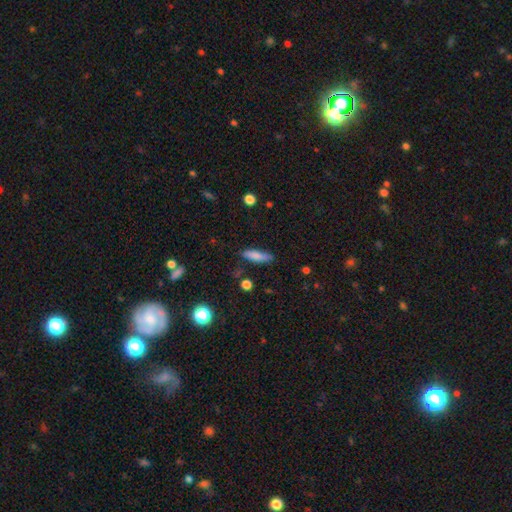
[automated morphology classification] smooth-or-featured: smooth: 81% | featured or disk: 12% | star or artifact: 7%
  how-rounded: cigar-shaped: 64% | in between: 34% | round: 2%
  merging: none: 79% | minor disturbance: 15% | major disturbance: 3% | merger: 2%